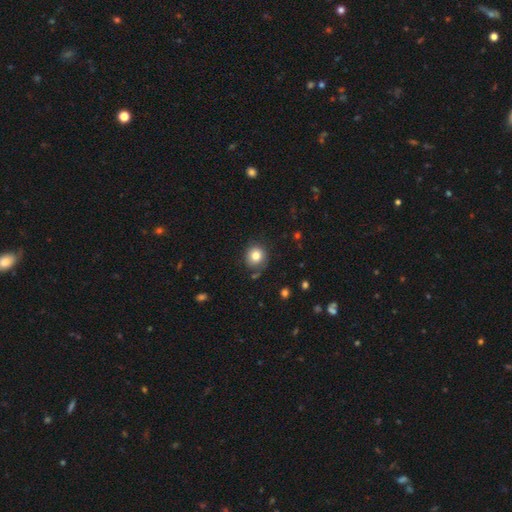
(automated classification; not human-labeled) Smooth or featured? Predicted: smooth (p=0.81). How rounded? Predicted: round (p=0.87). Merging? Predicted: none (p=0.81).